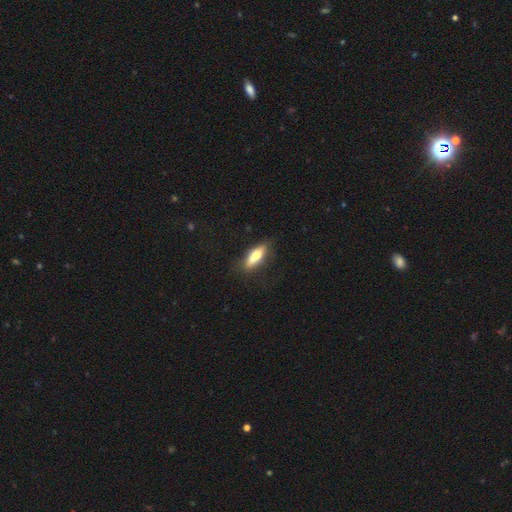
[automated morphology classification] A smooth galaxy with no disk features (66%) that is in between round and cigar-shaped (52%).

Vote fractions:
- Smooth or featured? smooth: 66% / featured or disk: 28% / star or artifact: 6%
- How rounded? in between: 52% / cigar-shaped: 45% / round: 2%
- Merging? none: 76% / minor disturbance: 17% / major disturbance: 5% / merger: 2%